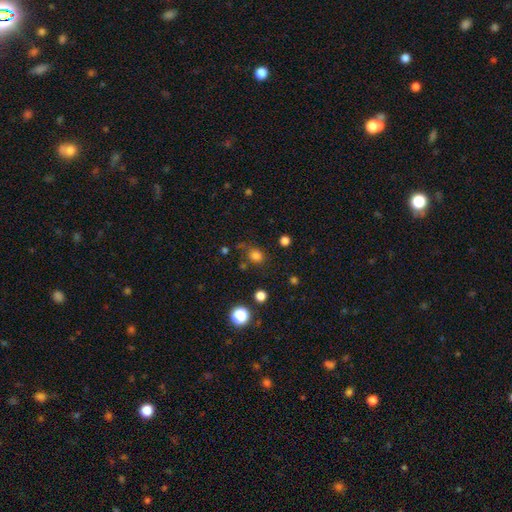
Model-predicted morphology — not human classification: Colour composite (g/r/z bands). It shows a smooth galaxy with no disk features (77%) that is round (78%). Merging: none (68%).